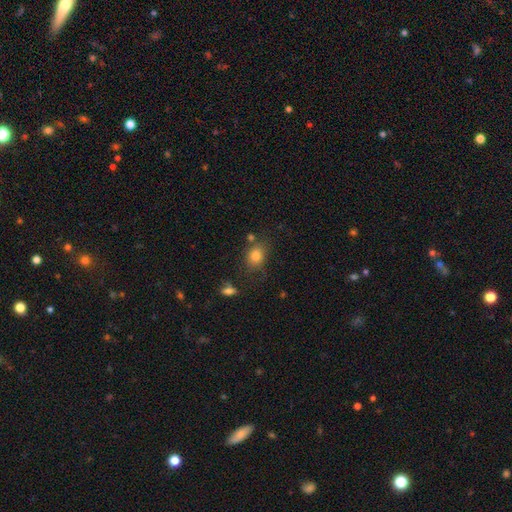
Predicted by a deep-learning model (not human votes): Q: Smooth or featured?
A: smooth (82%); runner-up: star or artifact (10%)
Q: How rounded?
A: in between (53%); runner-up: round (46%)
Q: Merging?
A: none (69%); runner-up: minor disturbance (18%)